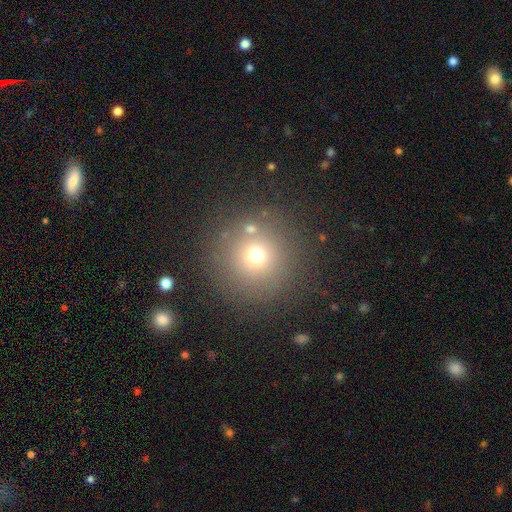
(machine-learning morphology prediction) Smooth or featured: smooth — 69% (star or artifact — 19%)
How rounded: round — 95% (in between — 4%)
Merging: none — 83% (minor disturbance — 8%)